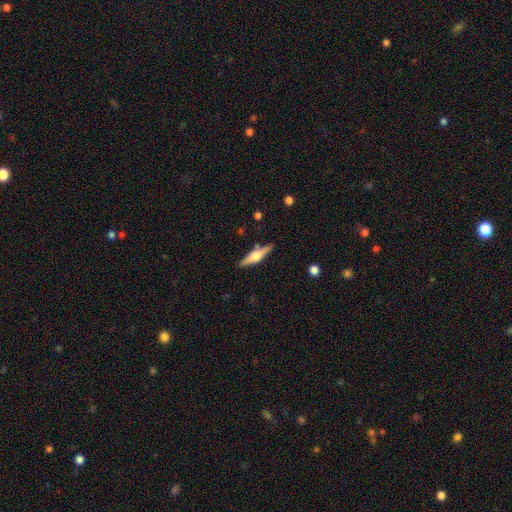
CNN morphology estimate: type=featured or disk (65%); edge-on=yes (97%); edge-on bulge=rounded (87%); merging=none (87%).